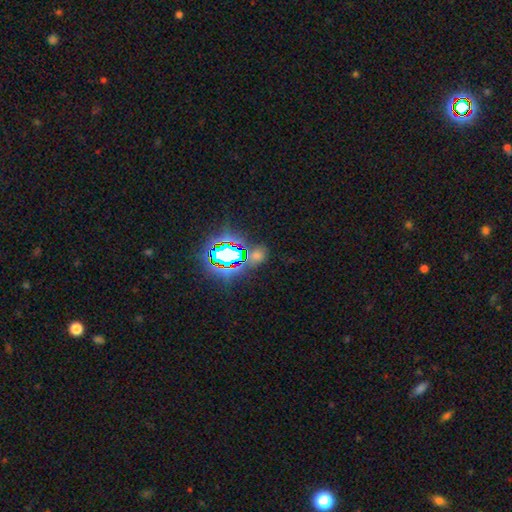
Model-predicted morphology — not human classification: Smooth or featured?
  - star or artifact: 58% *
  - smooth: 33%
  - featured or disk: 9%